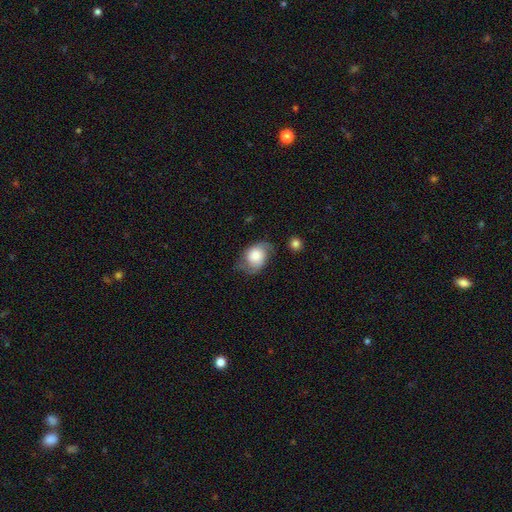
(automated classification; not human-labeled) smooth-or-featured: smooth: 55% | featured or disk: 37% | star or artifact: 8%
  how-rounded: in between: 63% | round: 36% | cigar-shaped: 1%
  merging: none: 48% | minor disturbance: 34% | major disturbance: 15% | merger: 3%